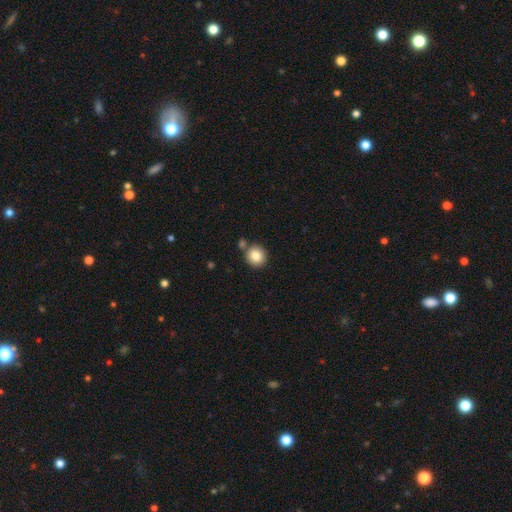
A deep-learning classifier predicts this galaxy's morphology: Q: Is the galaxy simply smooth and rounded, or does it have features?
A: smooth — 83%.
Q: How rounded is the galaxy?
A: round — 91%.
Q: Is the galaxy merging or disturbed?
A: none — 75%.